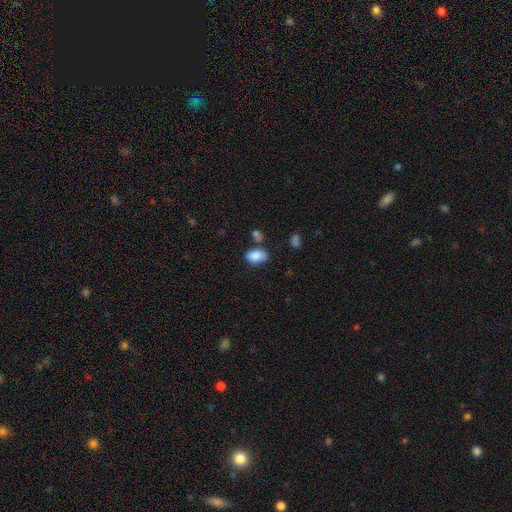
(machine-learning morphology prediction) smooth 86%, star or artifact 8%, featured or disk 6%. Down the decision tree: how rounded — in between (88%); merging — none (66%).